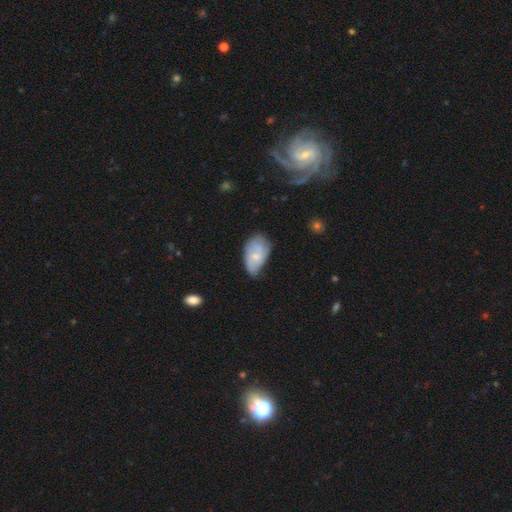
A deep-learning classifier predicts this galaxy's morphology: A smooth galaxy with no disk features (58%) that is in between round and cigar-shaped (93%).

Vote fractions:
- Smooth or featured? smooth: 58% / featured or disk: 35% / star or artifact: 7%
- How rounded? in between: 93% / round: 5% / cigar-shaped: 2%
- Merging? none: 46% / minor disturbance: 40% / major disturbance: 11% / merger: 3%